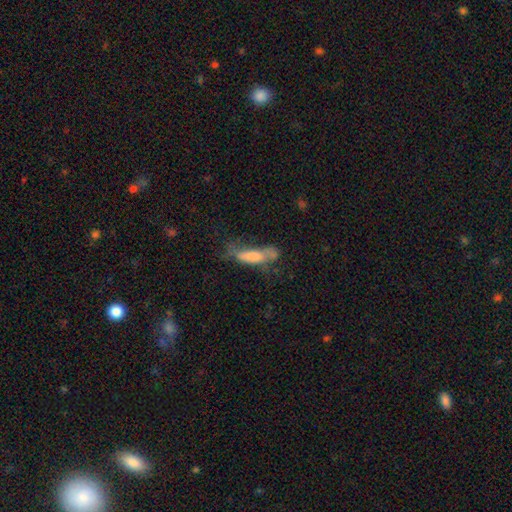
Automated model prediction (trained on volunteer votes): Overall: smooth (66%). How rounded: cigar-shaped (58%; in between 40%). Merging: none (33%; major disturbance 28%).